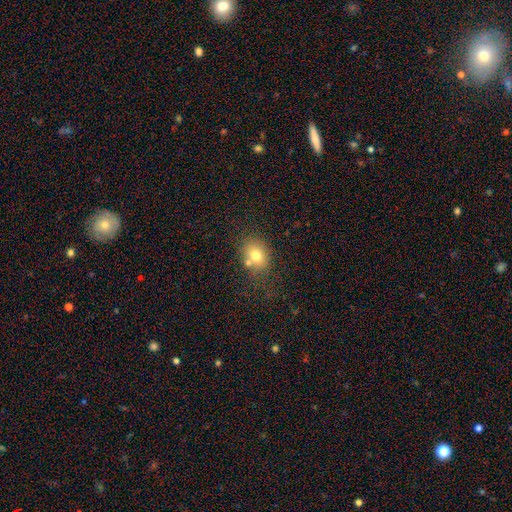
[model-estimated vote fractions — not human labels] Smooth or featured? Predicted: smooth (p=0.75). How rounded? Predicted: in between (p=0.54). Merging? Predicted: none (p=0.60).